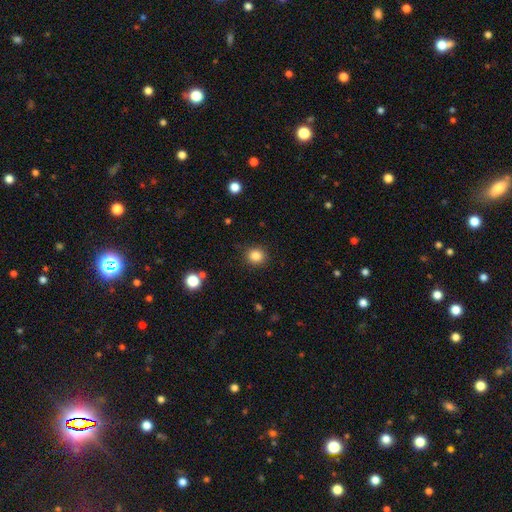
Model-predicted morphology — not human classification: Smooth or featured? Predicted: smooth (p=0.84). How rounded? Predicted: round (p=0.87). Merging? Predicted: none (p=0.89).